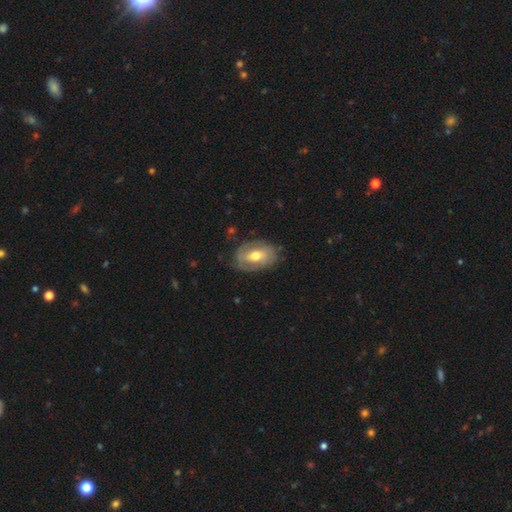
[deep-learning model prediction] Smooth or featured? featured or disk (50%)
Merging? none (70%)